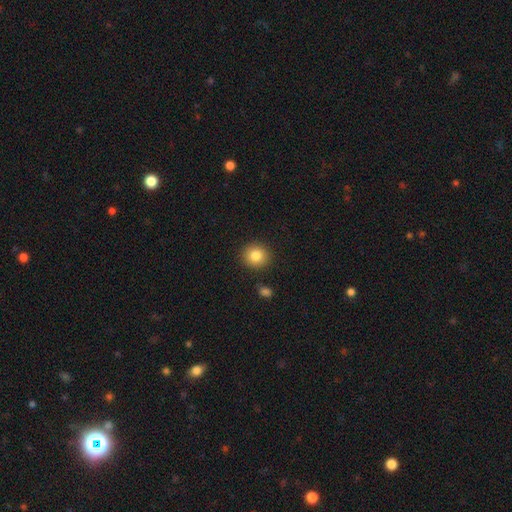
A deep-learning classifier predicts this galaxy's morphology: smooth-or-featured: smooth: 83% | star or artifact: 10% | featured or disk: 7%
  how-rounded: round: 85% | in between: 14% | cigar-shaped: 1%
  merging: none: 88% | minor disturbance: 7% | merger: 2% | major disturbance: 2%